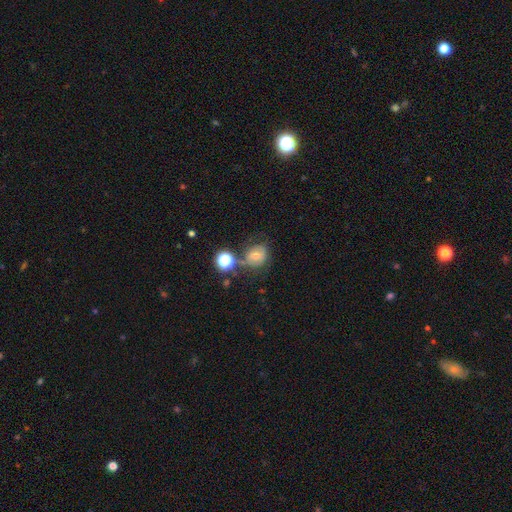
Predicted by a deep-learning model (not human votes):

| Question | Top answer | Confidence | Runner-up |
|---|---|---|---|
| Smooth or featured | smooth | 44% | featured or disk (34%) |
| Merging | none | 57% | minor disturbance (20%) |